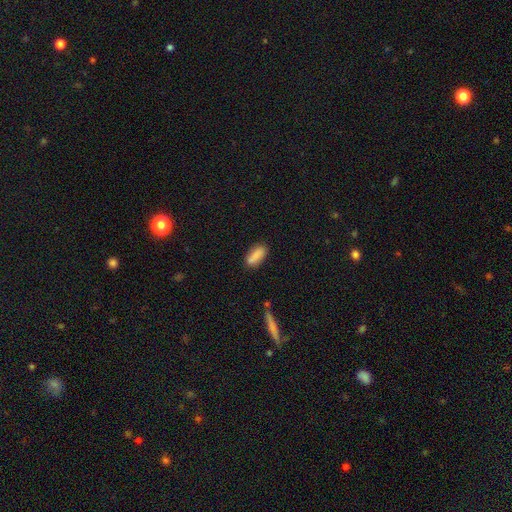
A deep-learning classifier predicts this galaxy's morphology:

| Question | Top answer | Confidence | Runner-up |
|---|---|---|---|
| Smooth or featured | smooth | 84% | featured or disk (9%) |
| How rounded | in between | 75% | cigar-shaped (23%) |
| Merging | none | 74% | minor disturbance (16%) |